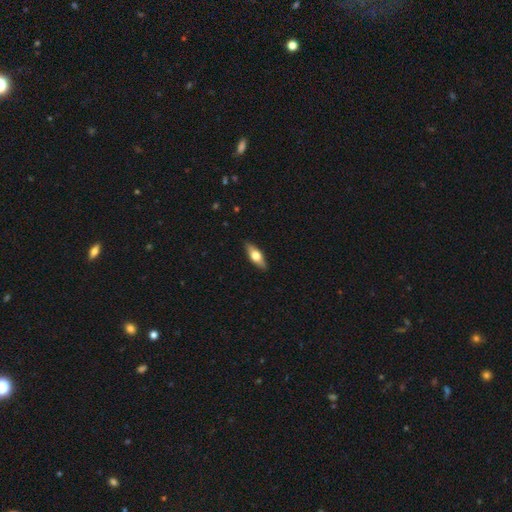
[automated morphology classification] Overall: smooth (50%; featured or disk 44%). How rounded: in between (60%; cigar-shaped 36%). Merging: none (89%).